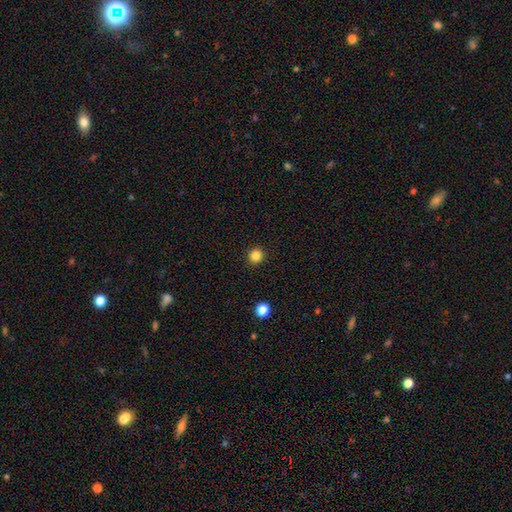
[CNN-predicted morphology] Smooth or featured? smooth (85%)
How rounded? round (93%)
Merging? none (93%)